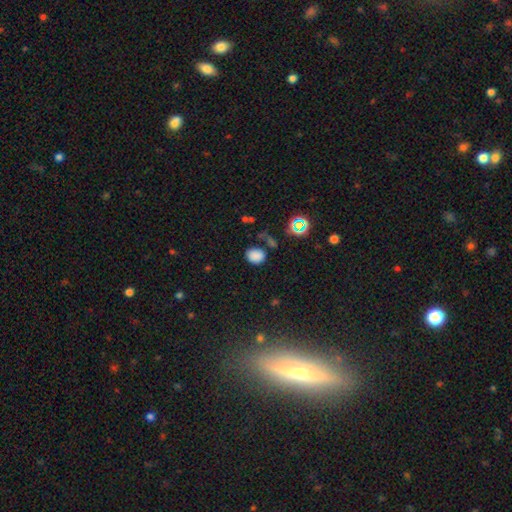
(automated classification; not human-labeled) smooth 79%, star or artifact 16%, featured or disk 5%. Down the decision tree: how rounded — in between (54%); merging — none (75%).